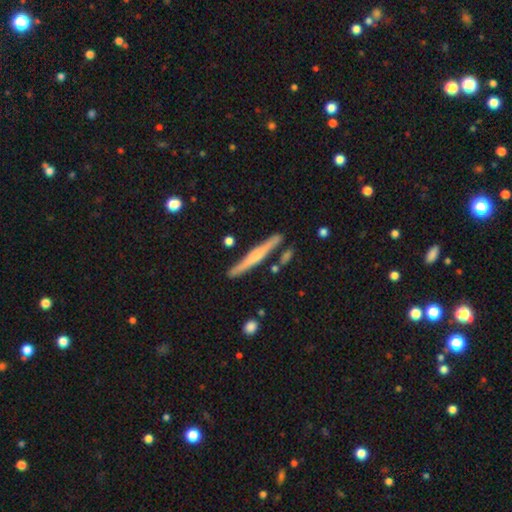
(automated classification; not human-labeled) Smooth or featured? featured or disk (57%)
Edge-on disk? yes (97%)
Edge-on bulge? rounded (54%)
Merging? none (85%)